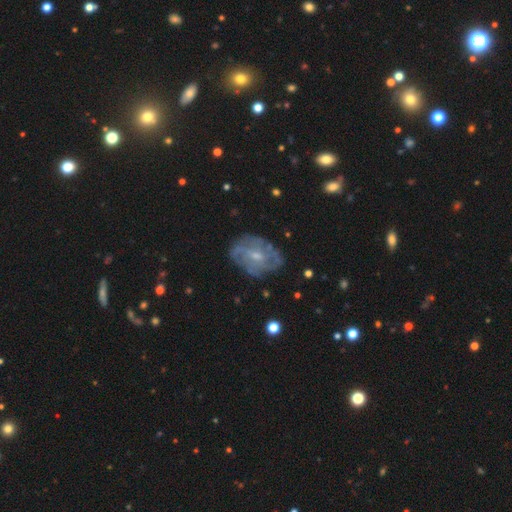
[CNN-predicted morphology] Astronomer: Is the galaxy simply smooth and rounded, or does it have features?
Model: featured or disk — 72%.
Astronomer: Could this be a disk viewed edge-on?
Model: no — 96%.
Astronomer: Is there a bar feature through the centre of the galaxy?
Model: no — 51% (runner-up: weak, 42%).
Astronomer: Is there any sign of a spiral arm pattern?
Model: yes — 74%.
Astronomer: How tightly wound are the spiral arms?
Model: tight — 47% (runner-up: medium, 36%).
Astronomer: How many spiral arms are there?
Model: can't tell — 51%.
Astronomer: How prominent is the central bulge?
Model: small — 55% (runner-up: moderate, 37%).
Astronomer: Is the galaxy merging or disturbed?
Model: none — 69%.